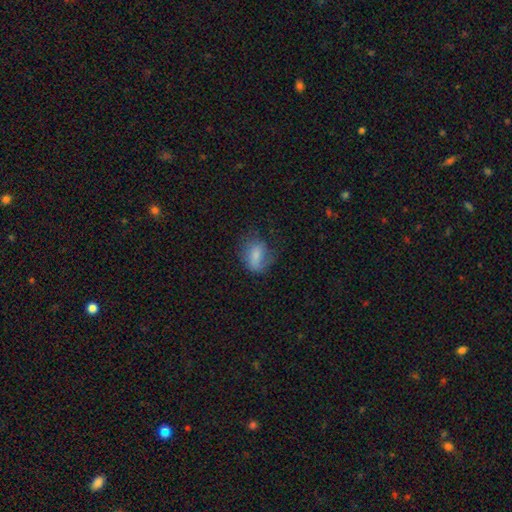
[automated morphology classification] type=smooth (66%); roundness=in between (74%); merging=none (50%).